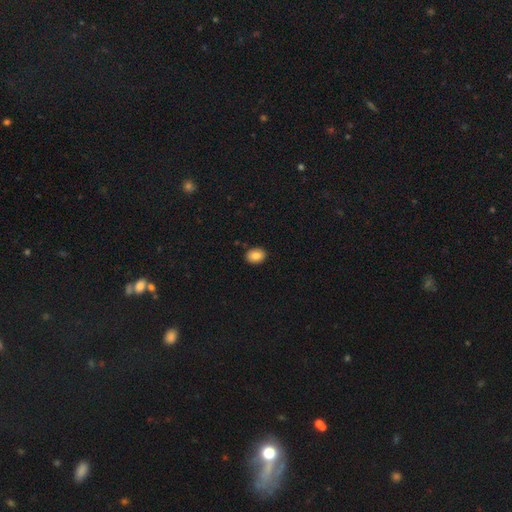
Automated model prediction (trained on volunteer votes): Q: Smooth or featured?
A: smooth (85%); runner-up: star or artifact (8%)
Q: How rounded?
A: in between (67%); runner-up: round (32%)
Q: Merging?
A: none (90%); runner-up: minor disturbance (7%)